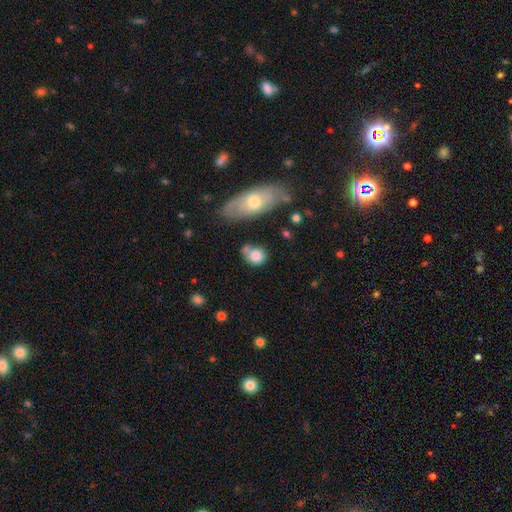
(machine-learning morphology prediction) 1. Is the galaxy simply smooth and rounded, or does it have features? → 80% smooth, 12% featured or disk, 8% star or artifact.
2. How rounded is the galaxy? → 57% round, 41% in between, 3% cigar-shaped.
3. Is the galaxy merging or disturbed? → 47% none, 22% minor disturbance, 21% merger, 9% major disturbance.